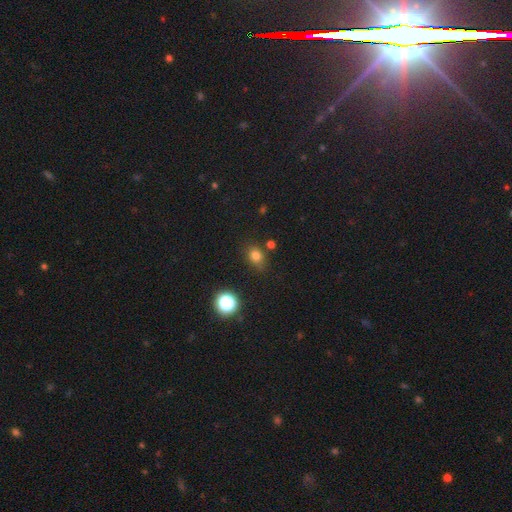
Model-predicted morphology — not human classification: Smooth or featured? smooth (77%)
How rounded? round (53%)
Merging? none (74%)